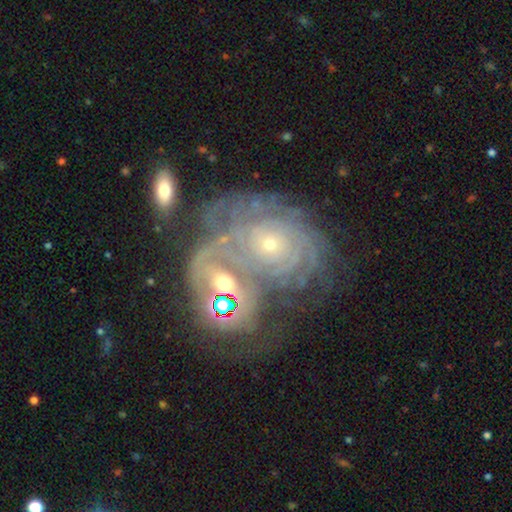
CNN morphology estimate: Q: Smooth or featured?
A: featured or disk (74%); runner-up: smooth (13%)
Q: Edge-on disk?
A: no (97%); runner-up: yes (3%)
Q: Bar?
A: no (72%); runner-up: weak (20%)
Q: Spiral arms?
A: yes (82%); runner-up: no (18%)
Q: Spiral winding?
A: tight (68%); runner-up: medium (23%)
Q: Spiral arm count?
A: can't tell (41%); runner-up: 2 (24%)
Q: Bulge size?
A: small (66%); runner-up: moderate (28%)
Q: Merging?
A: merger (46%); runner-up: none (32%)